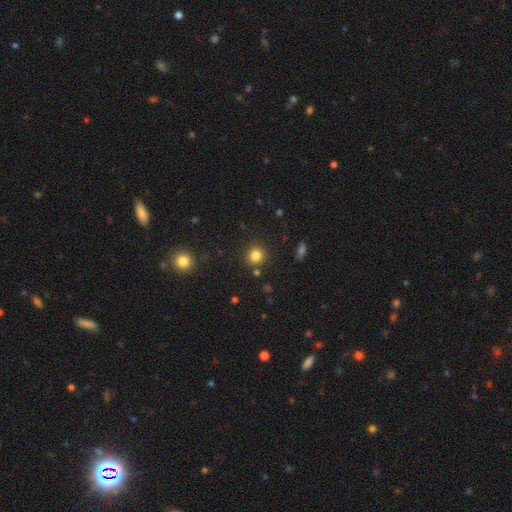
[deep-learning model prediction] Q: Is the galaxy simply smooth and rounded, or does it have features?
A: smooth — 83%.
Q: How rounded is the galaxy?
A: round — 88%.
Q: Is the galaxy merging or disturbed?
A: none — 86%.